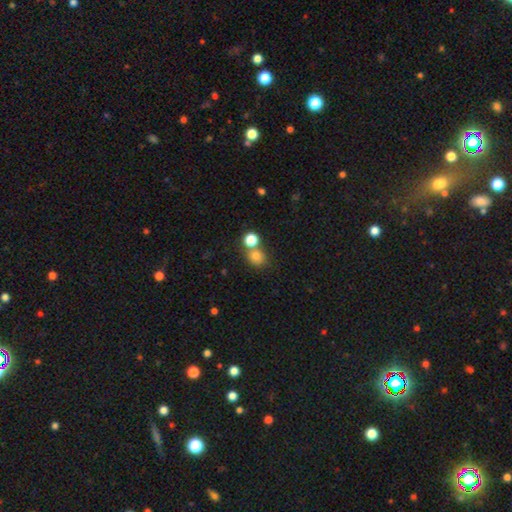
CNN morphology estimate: Overall: smooth (78%). How rounded: round (78%). Merging: none (57%; merger 31%).